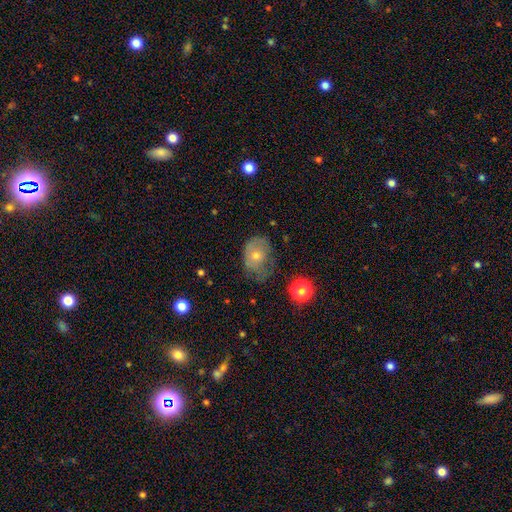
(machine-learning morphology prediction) Smooth or featured: smooth — 50% (featured or disk — 40%)
Merging: none — 47% (minor disturbance — 33%)